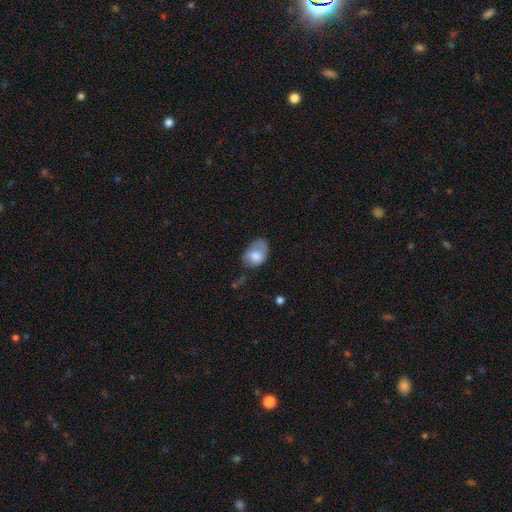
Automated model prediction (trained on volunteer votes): smooth 73%, featured or disk 19%, star or artifact 8%. Down the decision tree: how rounded — in between (81%); merging — minor disturbance (38%).